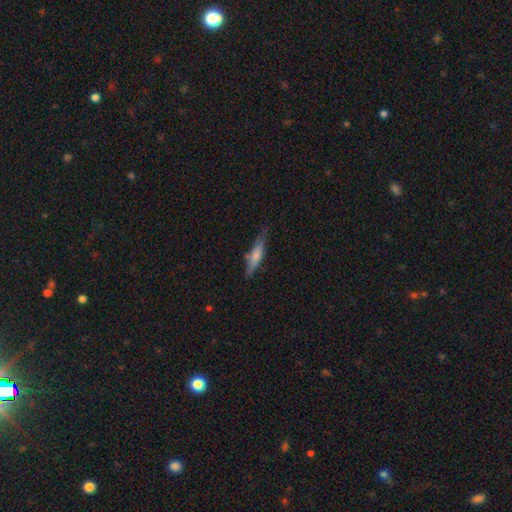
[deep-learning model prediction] Overall: smooth (64%; featured or disk 29%). How rounded: cigar-shaped (76%). Merging: none (70%).